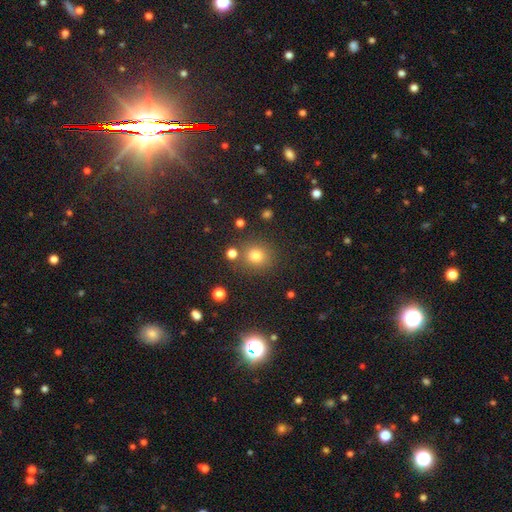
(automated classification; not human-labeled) Smooth or featured: smooth — 77% (star or artifact — 16%)
How rounded: round — 85% (in between — 14%)
Merging: none — 80% (minor disturbance — 9%)